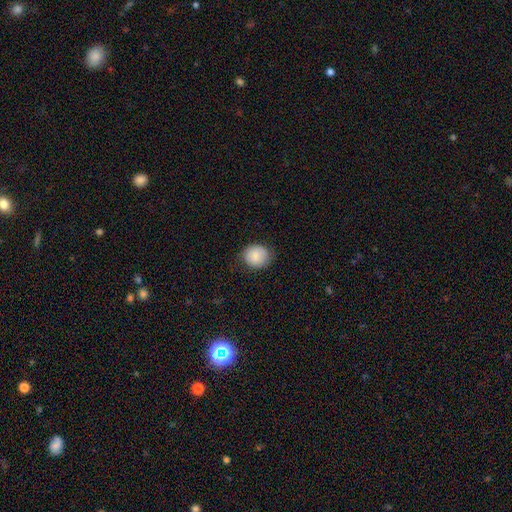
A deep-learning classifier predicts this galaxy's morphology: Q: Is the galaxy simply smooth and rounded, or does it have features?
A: smooth — 86%.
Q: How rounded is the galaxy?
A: round — 77%.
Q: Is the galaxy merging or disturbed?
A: none — 83%.